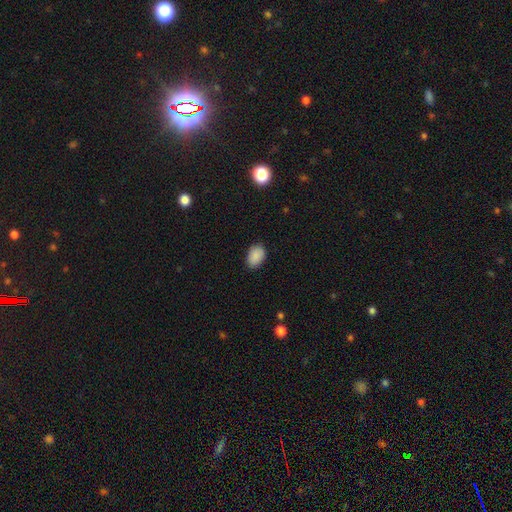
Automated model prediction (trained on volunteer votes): Overall: smooth (88%). How rounded: in between (84%). Merging: none (85%).